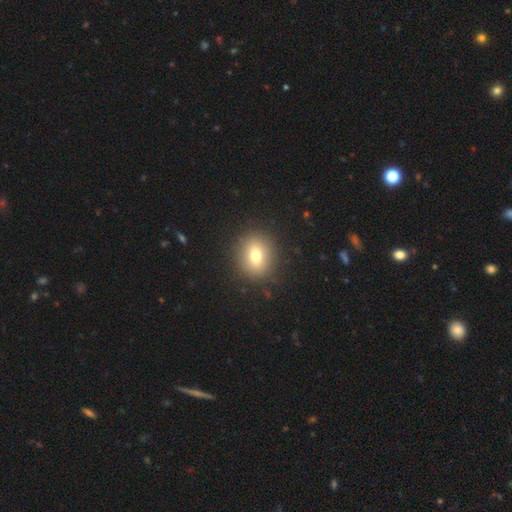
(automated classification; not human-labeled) A smooth galaxy with no disk features (75%) that is round (72%). Merging: none (89%).